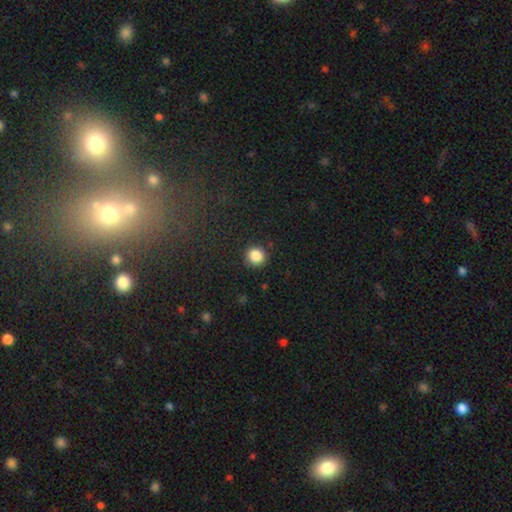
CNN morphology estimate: A smooth galaxy with no disk features (86%) that is round (93%).

Vote fractions:
- Smooth or featured? smooth: 86% / star or artifact: 10% / featured or disk: 4%
- How rounded? round: 93% / in between: 6% / cigar-shaped: 1%
- Merging? none: 90% / minor disturbance: 6% / major disturbance: 2% / merger: 1%